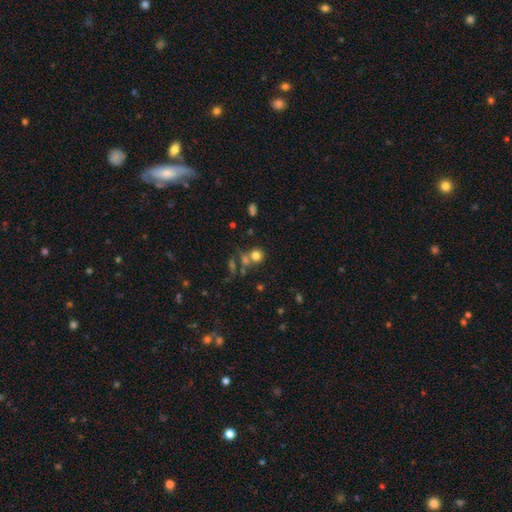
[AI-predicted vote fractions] Morphology: type=smooth (75%); roundness=round (83%); merging=none (56%).